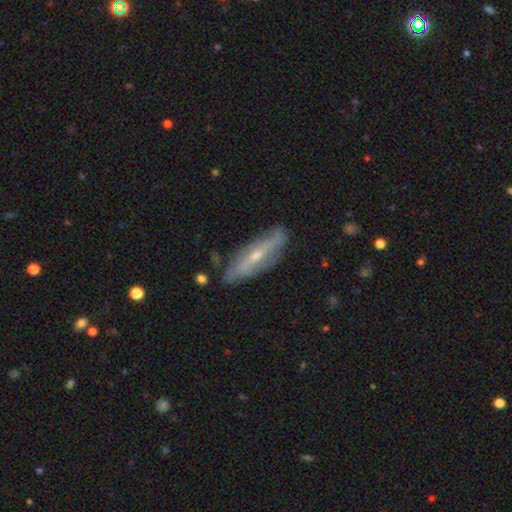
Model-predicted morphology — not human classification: Q: Smooth or featured?
A: featured or disk (70%); runner-up: smooth (24%)
Q: Edge-on disk?
A: no (59%); runner-up: yes (41%)
Q: Merging?
A: none (74%); runner-up: minor disturbance (19%)